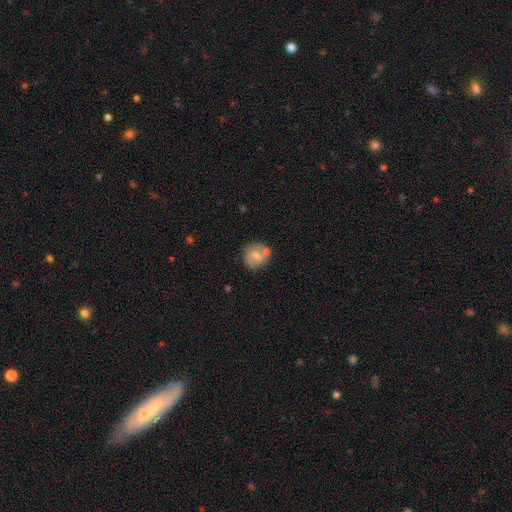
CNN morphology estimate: Smooth or featured? smooth (54%)
How rounded? round (81%)
Merging? none (58%)